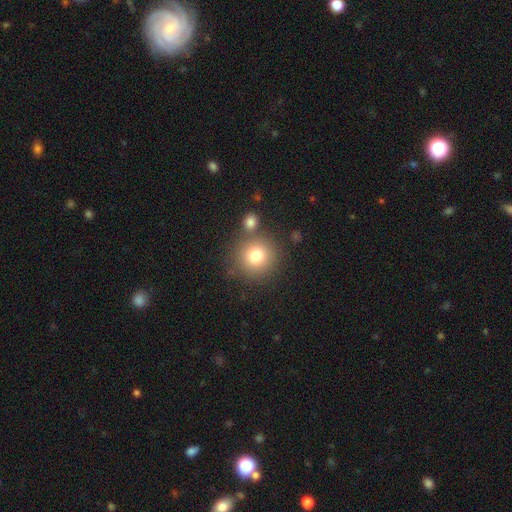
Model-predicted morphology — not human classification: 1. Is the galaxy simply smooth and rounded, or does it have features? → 77% smooth, 12% star or artifact, 11% featured or disk.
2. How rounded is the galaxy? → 93% round, 6% in between, 1% cigar-shaped.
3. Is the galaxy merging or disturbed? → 73% none, 14% merger, 9% minor disturbance, 4% major disturbance.